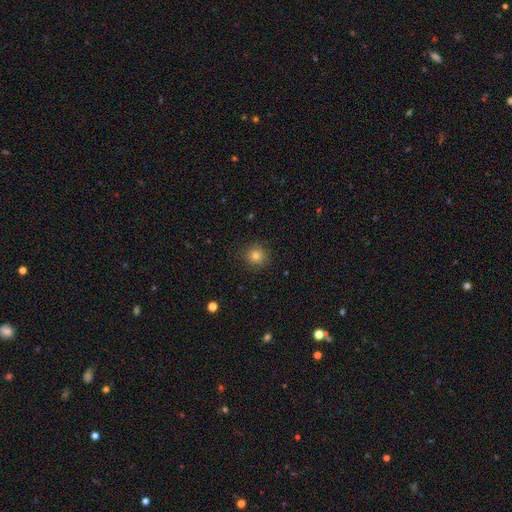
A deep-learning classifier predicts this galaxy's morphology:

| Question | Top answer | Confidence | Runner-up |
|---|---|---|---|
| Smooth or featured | smooth | 78% | star or artifact (14%) |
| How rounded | round | 92% | in between (7%) |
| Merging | none | 89% | minor disturbance (8%) |